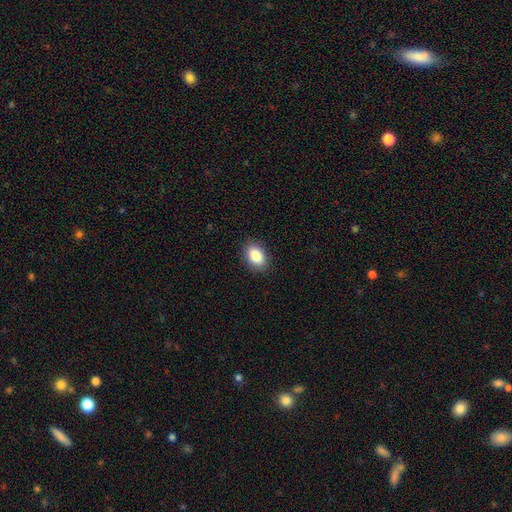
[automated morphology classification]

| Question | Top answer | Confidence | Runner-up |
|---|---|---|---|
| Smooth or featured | smooth | 87% | star or artifact (8%) |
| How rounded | in between | 85% | round (14%) |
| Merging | none | 89% | minor disturbance (8%) |